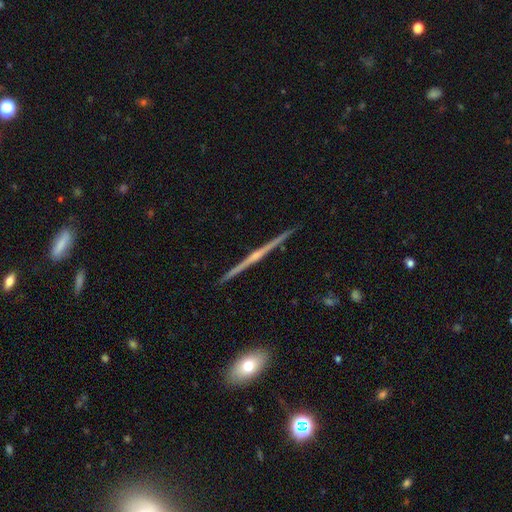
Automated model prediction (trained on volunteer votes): Smooth or featured: featured or disk — 83% (smooth — 11%)
Edge-on disk: yes — 98% (no — 2%)
Edge-on bulge: rounded — 72% (none — 20%)
Merging: none — 91% (minor disturbance — 6%)